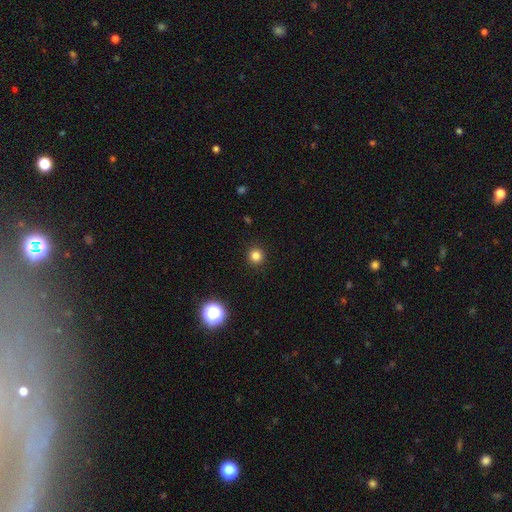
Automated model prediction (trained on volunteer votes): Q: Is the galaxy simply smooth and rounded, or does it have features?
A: smooth — 83%.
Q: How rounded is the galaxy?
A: round — 94%.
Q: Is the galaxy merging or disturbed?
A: none — 93%.